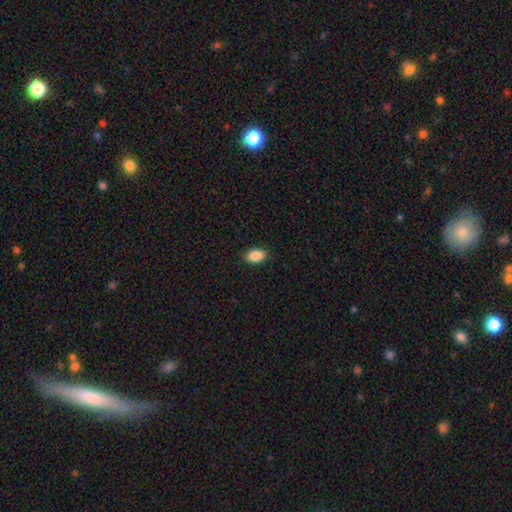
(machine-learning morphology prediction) This appears to be a smooth galaxy with no disk features (89%) that is in between round and cigar-shaped (91%). Merging: none (89%).